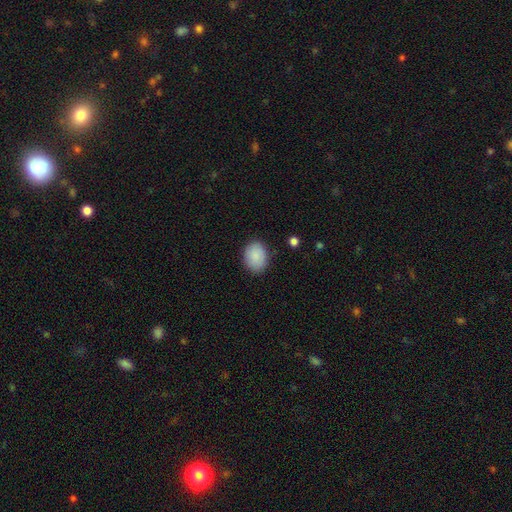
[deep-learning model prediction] Morphology: type=smooth (88%); roundness=in between (64%); merging=none (85%).